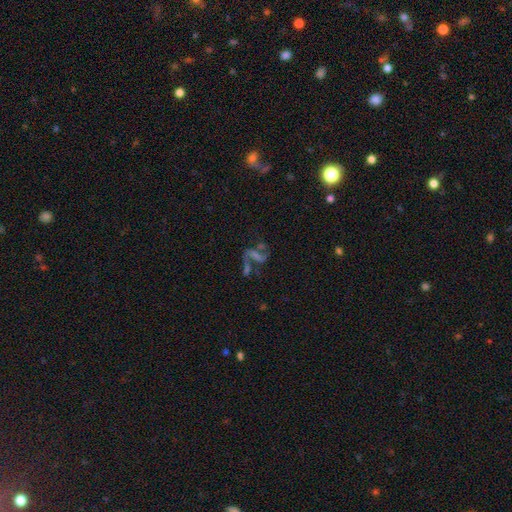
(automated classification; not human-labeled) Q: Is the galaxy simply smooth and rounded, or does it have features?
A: featured or disk — 65%.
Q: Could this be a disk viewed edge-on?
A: no — 94%.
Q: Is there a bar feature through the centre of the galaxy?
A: weak — 34%, tied with strong.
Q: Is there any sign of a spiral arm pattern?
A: yes — 80%.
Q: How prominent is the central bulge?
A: none — 45%.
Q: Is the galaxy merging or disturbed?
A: none — 42%.